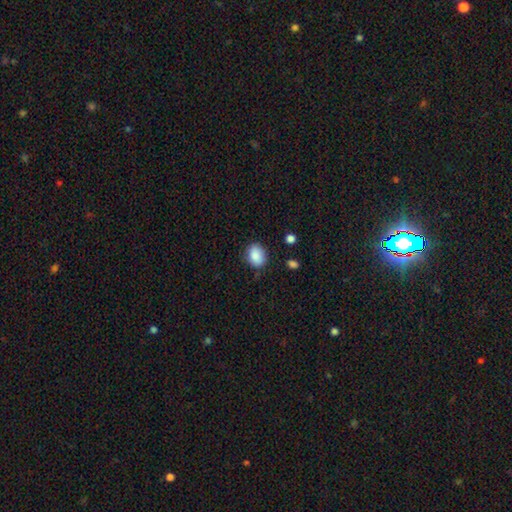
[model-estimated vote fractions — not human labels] Smooth or featured? smooth (87%)
How rounded? in between (67%)
Merging? none (81%)